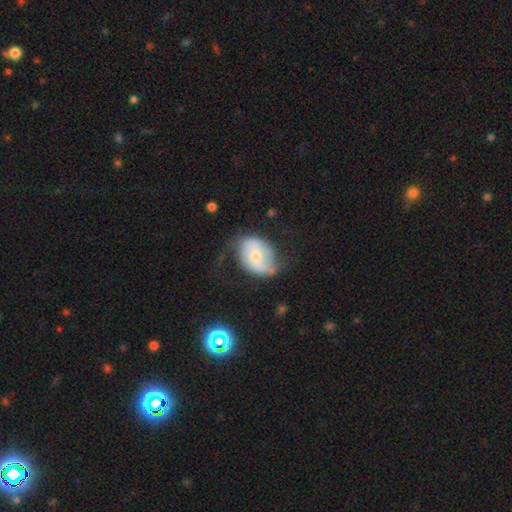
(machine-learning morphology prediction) Smooth or featured: featured or disk — 53% (smooth — 40%)
Edge-on disk: no — 95% (yes — 5%)
Merging: none — 51% (minor disturbance — 28%)